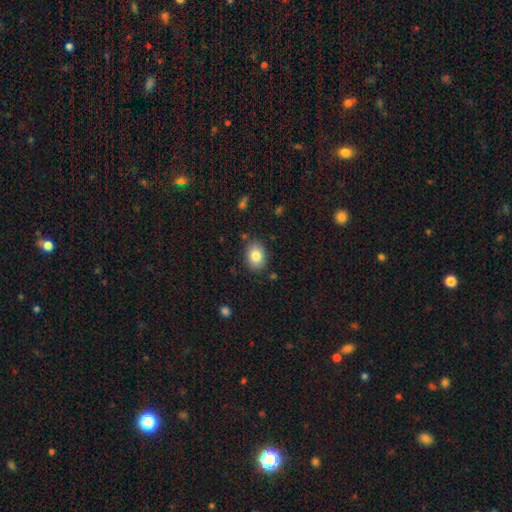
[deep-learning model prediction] Q: Smooth or featured?
A: smooth (84%); runner-up: star or artifact (8%)
Q: How rounded?
A: in between (72%); runner-up: round (27%)
Q: Merging?
A: none (85%); runner-up: minor disturbance (11%)